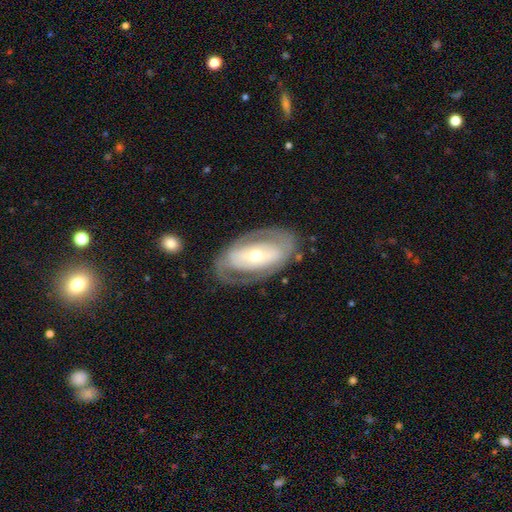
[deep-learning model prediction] featured or disk 71%, smooth 23%, star or artifact 6%. Down the decision tree: edge-on disk — no (91%); bar — no (44%); spiral arms — no (51%); bulge size — small (46%); merging — none (74%).